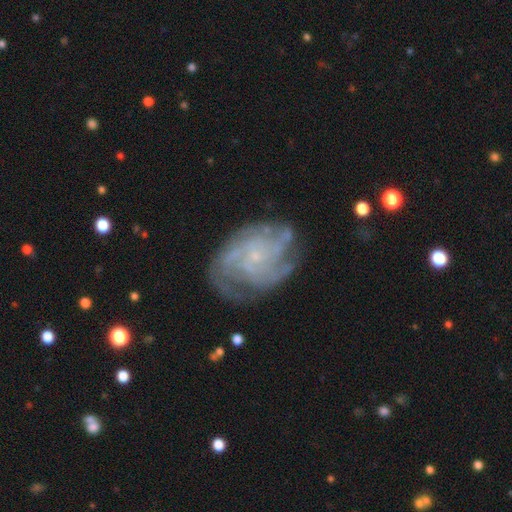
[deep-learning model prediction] This is clearly a featured or disk galaxy (85%). It is clearly not viewed edge-on (98%). Bar: likely no (75%). Spiral arm pattern: clearly yes (95%). Spiral arm count: marginally can't tell (27%). Spiral winding: possibly tight (54%). Central bulge: clearly small (83%). Merging: likely none (69%).